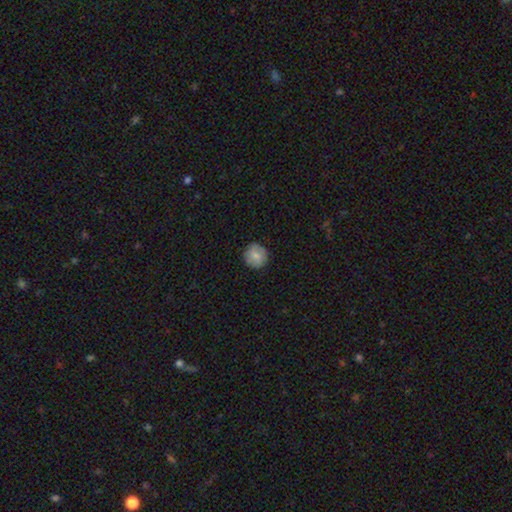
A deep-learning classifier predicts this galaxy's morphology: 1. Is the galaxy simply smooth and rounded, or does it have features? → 75% smooth, 18% featured or disk, 7% star or artifact.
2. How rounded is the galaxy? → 92% round, 7% in between, 1% cigar-shaped.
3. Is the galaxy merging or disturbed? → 87% none, 10% minor disturbance, 2% major disturbance, 1% merger.